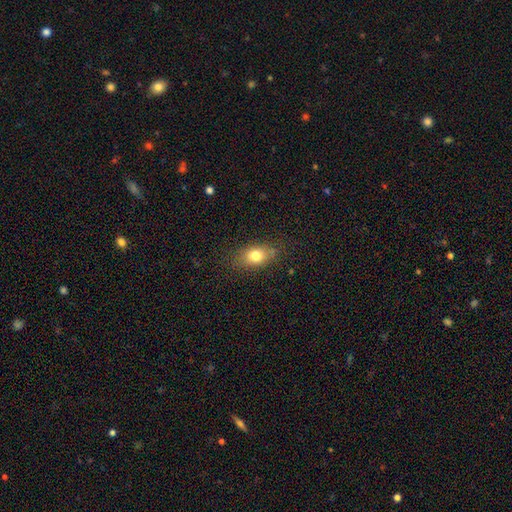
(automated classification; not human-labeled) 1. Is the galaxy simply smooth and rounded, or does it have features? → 78% smooth, 12% featured or disk, 10% star or artifact.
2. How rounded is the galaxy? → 73% in between, 22% round, 4% cigar-shaped.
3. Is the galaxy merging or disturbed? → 77% none, 17% minor disturbance, 5% major disturbance, 2% merger.